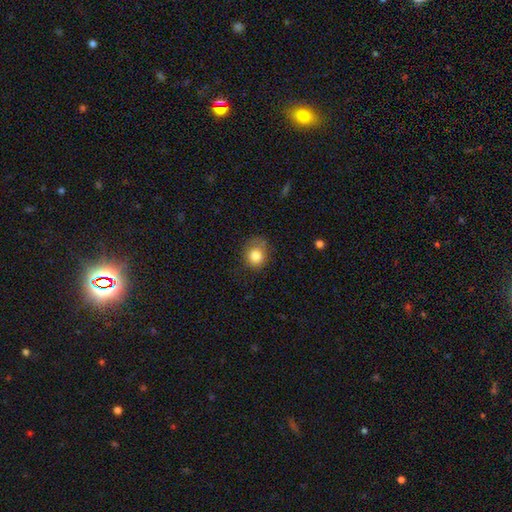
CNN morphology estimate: smooth_or_featured: smooth (p=0.82) [alt: featured or disk p=0.09]
how_rounded: round (p=0.67) [alt: in between p=0.32]
merging: none (p=0.59) [alt: minor disturbance p=0.28]